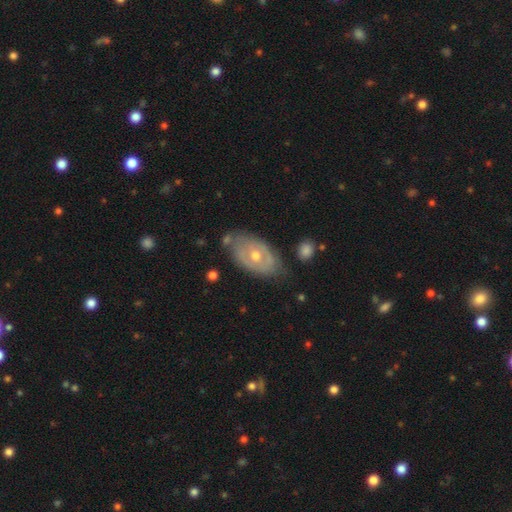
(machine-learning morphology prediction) Smooth or featured? Predicted: featured or disk (p=0.64). Edge-on disk? Predicted: no (p=0.92). Bar? Predicted: no (p=0.81). Spiral arms? Predicted: no (p=0.55). Bulge size? Predicted: moderate (p=0.69). Merging? Predicted: none (p=0.65).